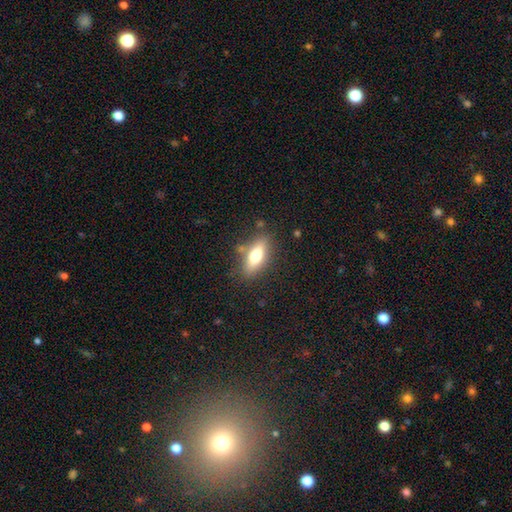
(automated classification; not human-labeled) smooth-or-featured: smooth: 66% | featured or disk: 27% | star or artifact: 8%
  how-rounded: in between: 67% | cigar-shaped: 29% | round: 4%
  merging: none: 80% | minor disturbance: 13% | major disturbance: 4% | merger: 3%